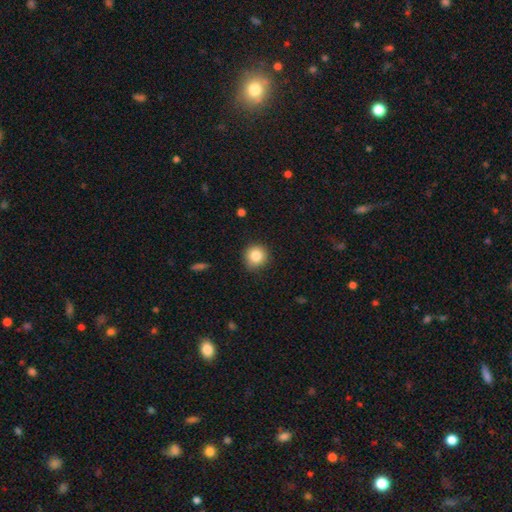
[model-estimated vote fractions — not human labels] Smooth or featured? Predicted: smooth (p=0.83). How rounded? Predicted: round (p=0.92). Merging? Predicted: none (p=0.88).